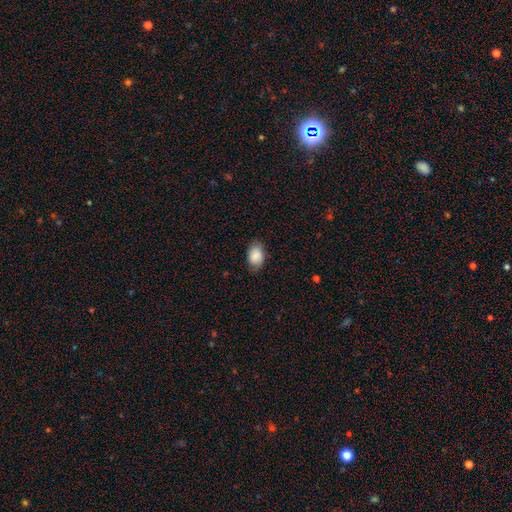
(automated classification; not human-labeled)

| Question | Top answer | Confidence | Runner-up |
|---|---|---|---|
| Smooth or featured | smooth | 85% | featured or disk (8%) |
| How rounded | in between | 86% | round (13%) |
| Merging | none | 77% | minor disturbance (18%) |